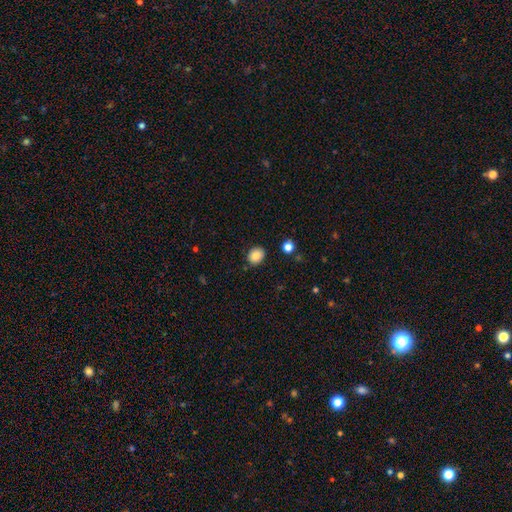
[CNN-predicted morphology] Q: Smooth or featured?
A: smooth (86%); runner-up: star or artifact (9%)
Q: How rounded?
A: round (55%); runner-up: in between (44%)
Q: Merging?
A: none (85%); runner-up: minor disturbance (10%)